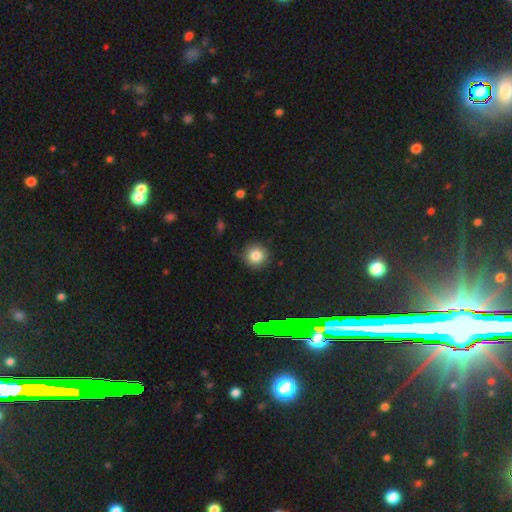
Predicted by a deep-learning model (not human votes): Q: Smooth or featured?
A: smooth (81%); runner-up: star or artifact (13%)
Q: How rounded?
A: round (94%); runner-up: in between (5%)
Q: Merging?
A: none (88%); runner-up: minor disturbance (9%)